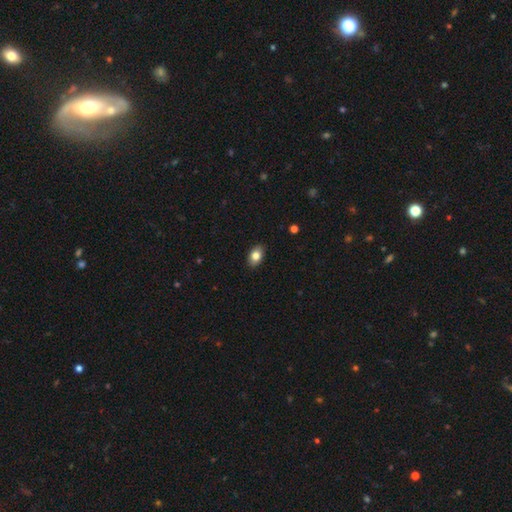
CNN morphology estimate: Q: Smooth or featured?
A: smooth (81%); runner-up: featured or disk (11%)
Q: How rounded?
A: in between (87%); runner-up: round (12%)
Q: Merging?
A: none (88%); runner-up: minor disturbance (9%)